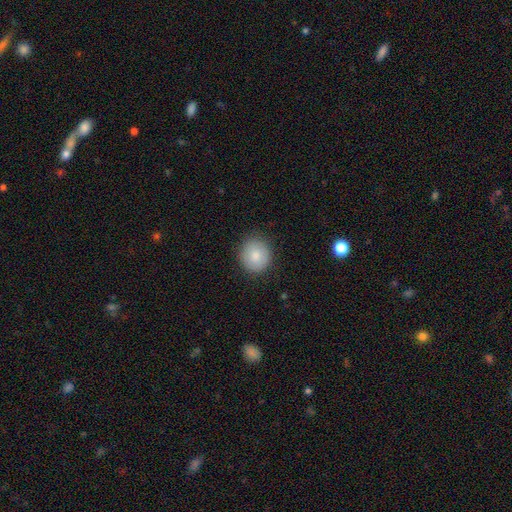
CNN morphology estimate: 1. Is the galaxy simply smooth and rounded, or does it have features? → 83% smooth, 9% featured or disk, 8% star or artifact.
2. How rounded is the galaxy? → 84% round, 16% in between, 1% cigar-shaped.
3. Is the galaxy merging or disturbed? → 86% none, 11% minor disturbance, 3% major disturbance, 1% merger.